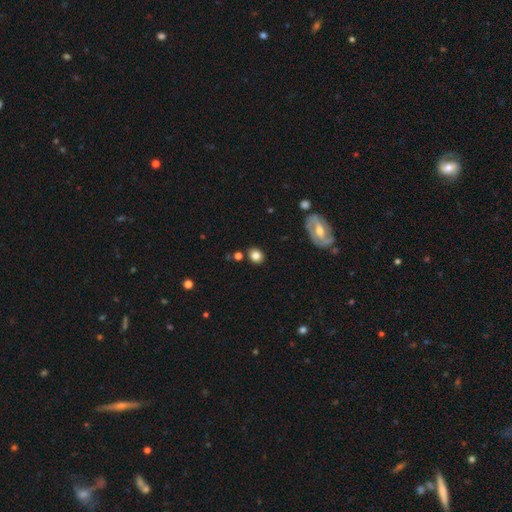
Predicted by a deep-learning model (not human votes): smooth-or-featured: smooth: 81% | star or artifact: 10% | featured or disk: 9%
  how-rounded: round: 68% | in between: 31% | cigar-shaped: 1%
  merging: none: 83% | minor disturbance: 9% | merger: 5% | major disturbance: 3%